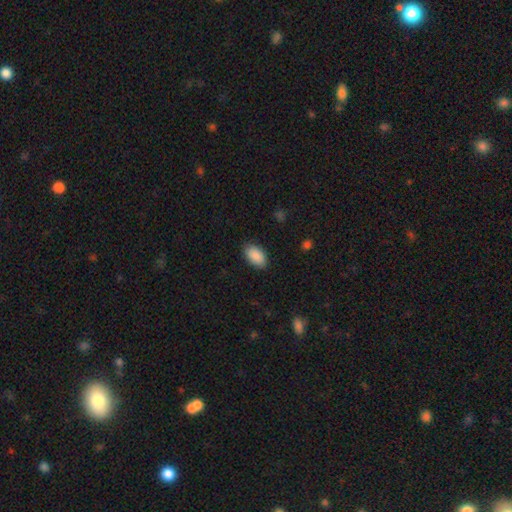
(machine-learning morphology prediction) smooth_or_featured: smooth (p=0.90) [alt: star or artifact p=0.06]
how_rounded: in between (p=0.95) [alt: round p=0.04]
merging: none (p=0.87) [alt: minor disturbance p=0.10]